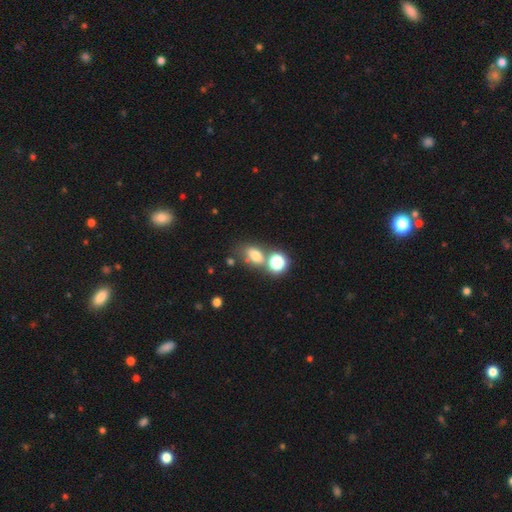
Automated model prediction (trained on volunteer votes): smooth-or-featured: smooth: 69% | star or artifact: 18% | featured or disk: 13%
  how-rounded: in between: 67% | round: 31% | cigar-shaped: 2%
  merging: none: 49% | merger: 29% | minor disturbance: 14% | major disturbance: 8%